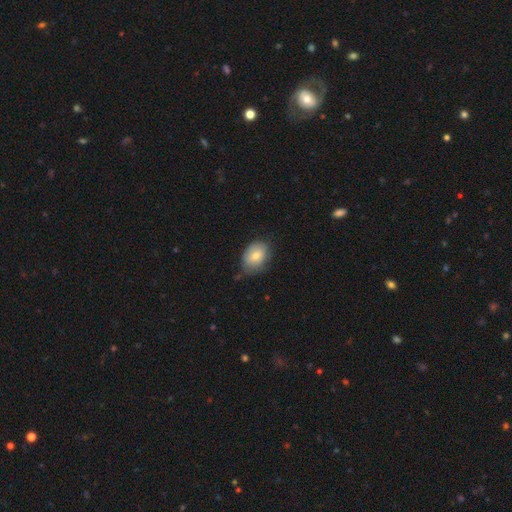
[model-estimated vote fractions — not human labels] Smooth or featured? smooth (77%)
How rounded? in between (73%)
Merging? none (65%)